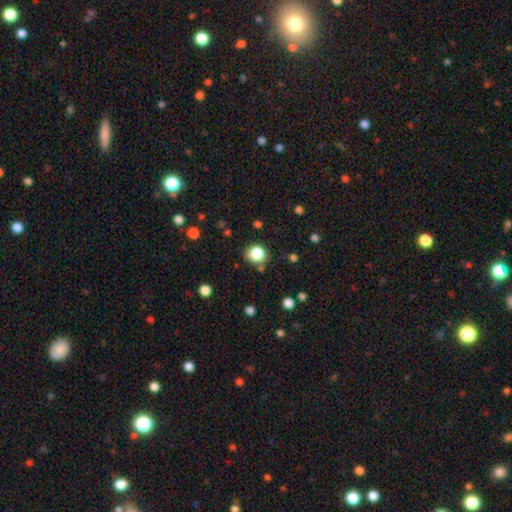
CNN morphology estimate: A smooth galaxy with no disk features (83%) that is round (79%).

Vote fractions:
- Smooth or featured? smooth: 83% / star or artifact: 11% / featured or disk: 5%
- How rounded? round: 79% / in between: 20% / cigar-shaped: 1%
- Merging? none: 79% / minor disturbance: 13% / merger: 5% / major disturbance: 4%